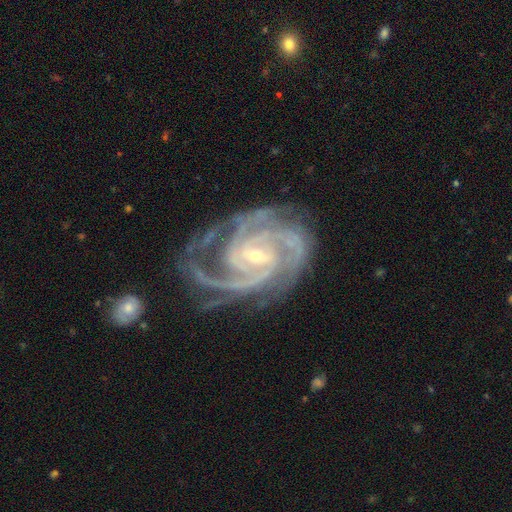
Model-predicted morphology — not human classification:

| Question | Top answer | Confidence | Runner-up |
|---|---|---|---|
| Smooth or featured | featured or disk | 94% | star or artifact (4%) |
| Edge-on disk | no | 98% | yes (2%) |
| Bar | weak | 45% | no (29%) |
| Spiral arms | yes | 99% | no (1%) |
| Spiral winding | tight | 63% | medium (33%) |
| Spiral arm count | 3 | 37% | 4 (21%) |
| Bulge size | small | 74% | moderate (23%) |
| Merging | none | 68% | minor disturbance (20%) |